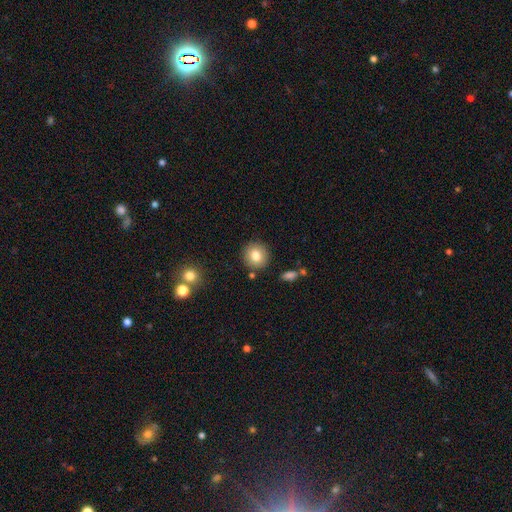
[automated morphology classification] Smooth or featured?
  - smooth: 80% *
  - featured or disk: 10%
  - star or artifact: 9%
How rounded?
  - round: 91% *
  - in between: 8%
  - cigar-shaped: 1%
Merging?
  - none: 87% *
  - minor disturbance: 7%
  - merger: 3%
  - major disturbance: 2%